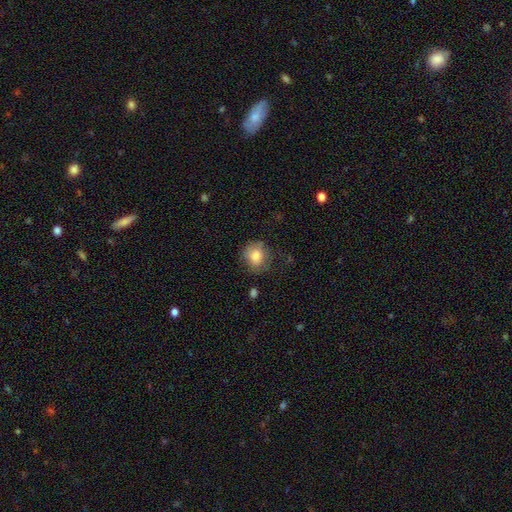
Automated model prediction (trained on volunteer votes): Smooth or featured: smooth — 82% (featured or disk — 10%)
How rounded: round — 78% (in between — 21%)
Merging: none — 73% (minor disturbance — 19%)